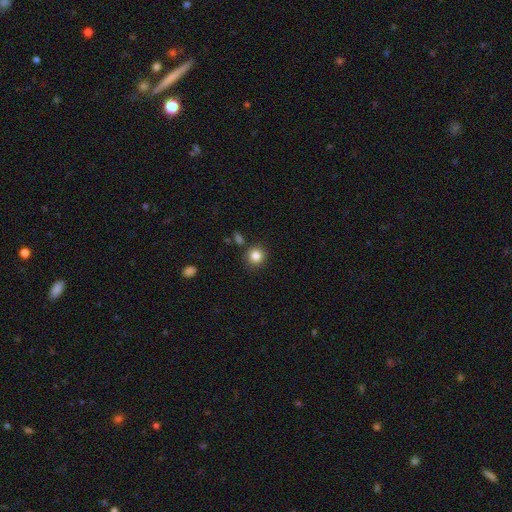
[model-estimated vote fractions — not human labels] Smooth or featured? smooth (85%)
How rounded? round (90%)
Merging? none (85%)